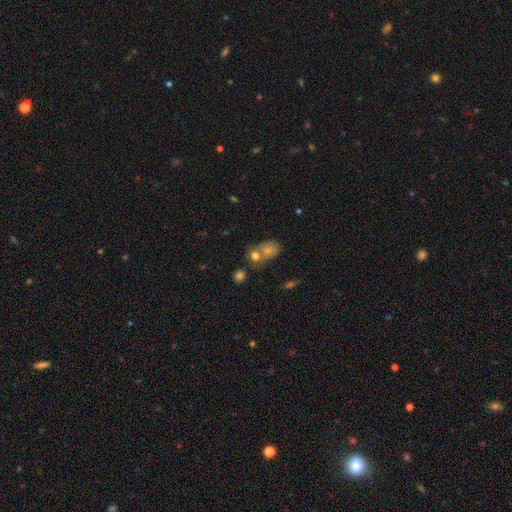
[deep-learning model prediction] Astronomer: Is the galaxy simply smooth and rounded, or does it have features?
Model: smooth — 73%.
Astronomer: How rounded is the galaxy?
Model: round — 51% (runner-up: in between, 47%).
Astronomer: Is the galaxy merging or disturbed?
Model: merger — 45% (runner-up: none, 40%).